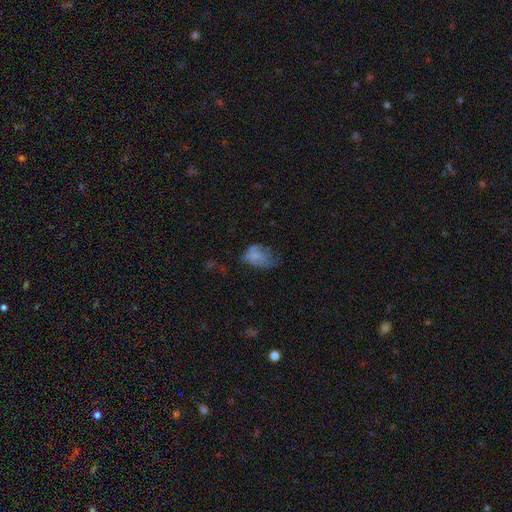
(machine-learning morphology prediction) Smooth or featured? smooth (58%)
How rounded? in between (80%)
Merging? major disturbance (43%)